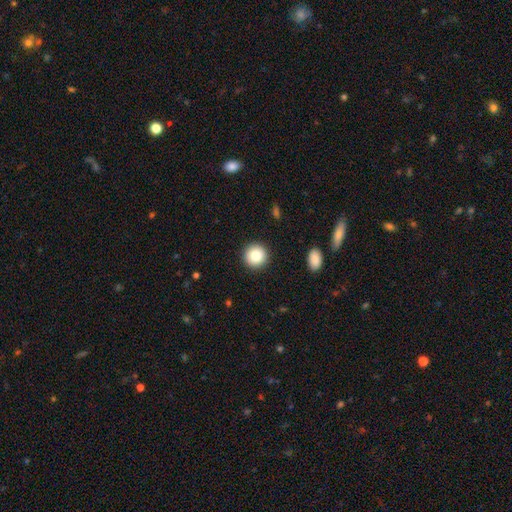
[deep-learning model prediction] smooth_or_featured: smooth (p=0.83) [alt: star or artifact p=0.09]
how_rounded: round (p=0.94) [alt: in between p=0.05]
merging: none (p=0.92) [alt: minor disturbance p=0.05]